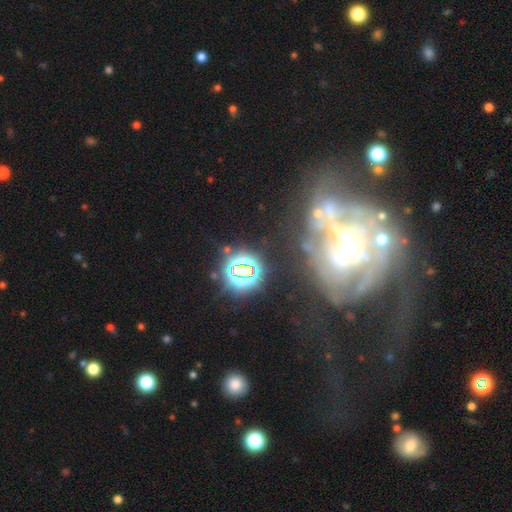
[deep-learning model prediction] A featured or disk galaxy (66%) with no bar (67%), spiral arms (55%) and a moderate central bulge (51%). Merging: major disturbance (41%).